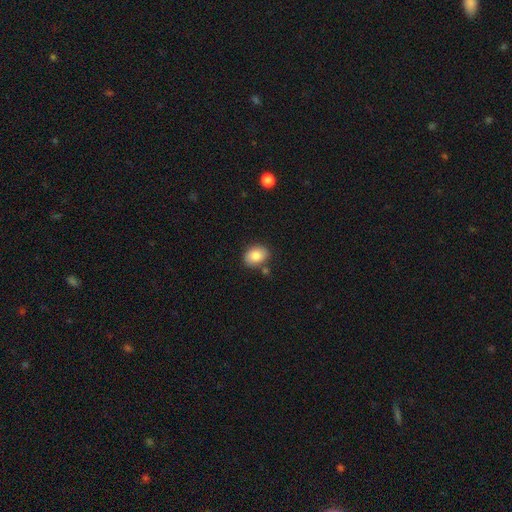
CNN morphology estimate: A smooth galaxy with no disk features (83%) that is in between round and cigar-shaped (60%). Merging: none (77%).